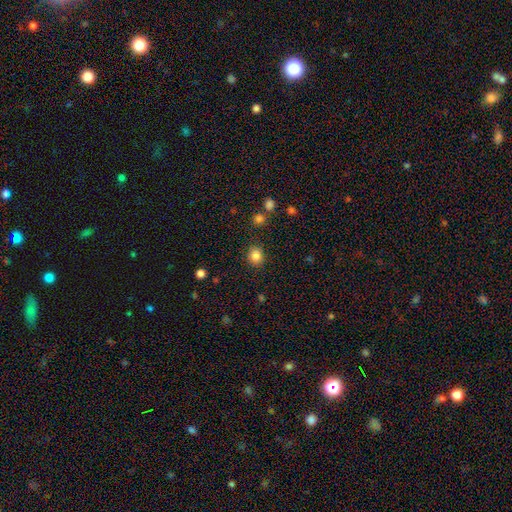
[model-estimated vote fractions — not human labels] smooth_or_featured: smooth (p=0.85) [alt: star or artifact p=0.11]
how_rounded: round (p=0.79) [alt: in between p=0.20]
merging: none (p=0.89) [alt: minor disturbance p=0.07]